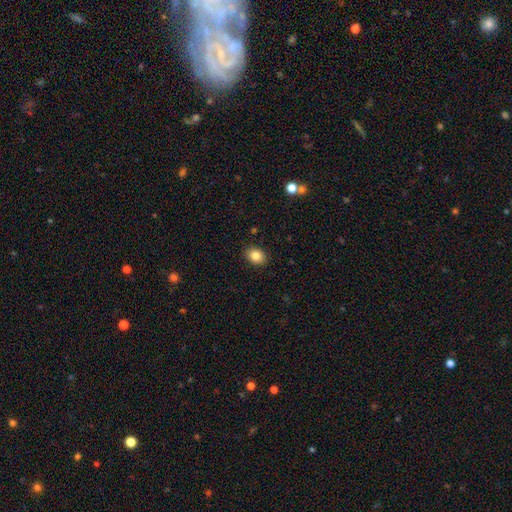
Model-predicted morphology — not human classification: A smooth galaxy with no disk features (84%) that is in between round and cigar-shaped (61%). Merging: none (90%).